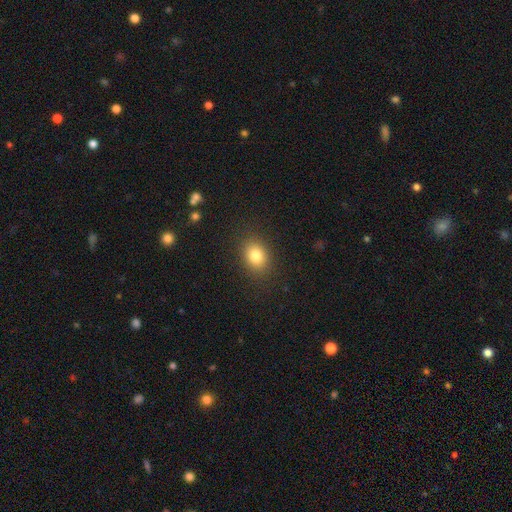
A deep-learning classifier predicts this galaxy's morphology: smooth-or-featured: smooth: 81% | star or artifact: 11% | featured or disk: 8%
  how-rounded: in between: 56% | round: 43% | cigar-shaped: 1%
  merging: none: 87% | minor disturbance: 9% | major disturbance: 3% | merger: 1%